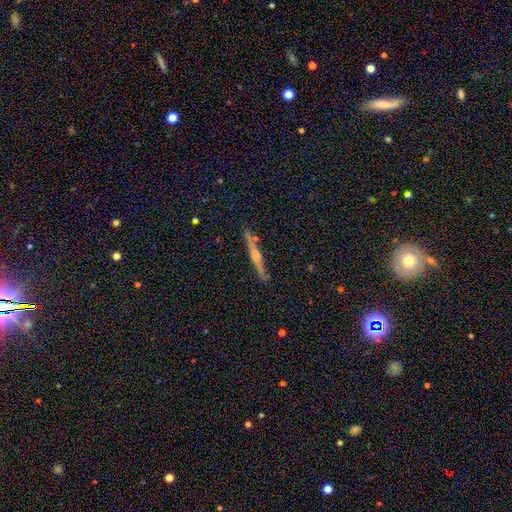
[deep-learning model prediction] Overall: featured or disk (70%). Edge-on disk: yes (97%). Edge-on bulge: rounded (81%). Merging: none (88%).